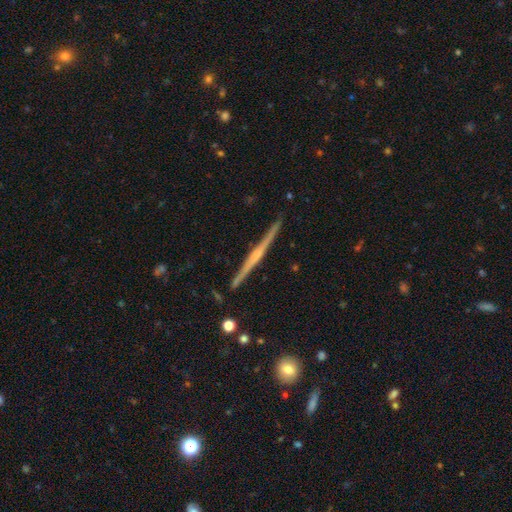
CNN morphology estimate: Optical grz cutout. It shows a featured or disk galaxy (76%) viewed edge-on (98%) with a rounded central bulge (42%, tied with none). Merging: none (91%).